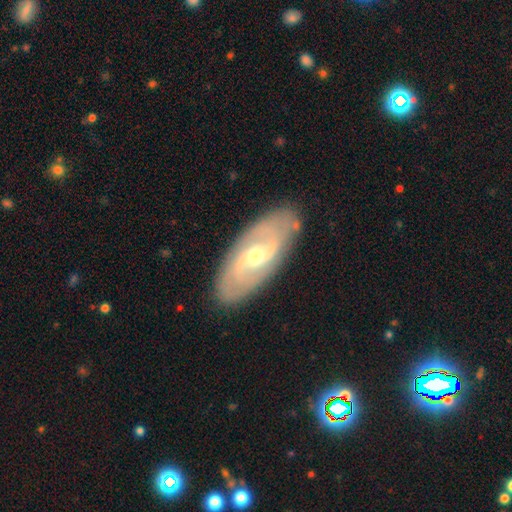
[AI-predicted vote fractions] Smooth or featured?
  - featured or disk: 79% *
  - smooth: 15%
  - star or artifact: 6%
Edge-on disk?
  - no: 91% *
  - yes: 9%
Bar?
  - weak: 50% *
  - strong: 29%
  - no: 21%
Spiral arms?
  - yes: 84% *
  - no: 16%
Spiral winding?
  - medium: 39% *
  - tight: 32%
  - loose: 29%
Spiral arm count?
  - 2: 77% *
  - can't tell: 15%
  - 3: 3%
  - 1: 2%
  - 4: 2%
  - more than 4: 2%
Bulge size?
  - moderate: 55% *
  - small: 41%
  - large: 3%
  - none: 1%
  - dominant: 1%
Merging?
  - none: 86% *
  - minor disturbance: 10%
  - major disturbance: 3%
  - merger: 1%